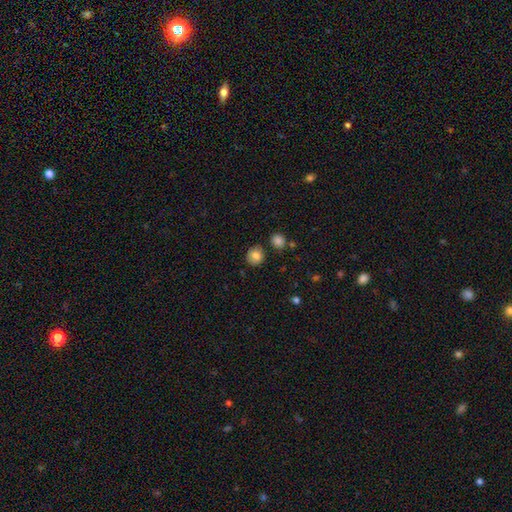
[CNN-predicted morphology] This appears to be a smooth galaxy with no disk features (82%) that is round (85%). Merging: none (83%).